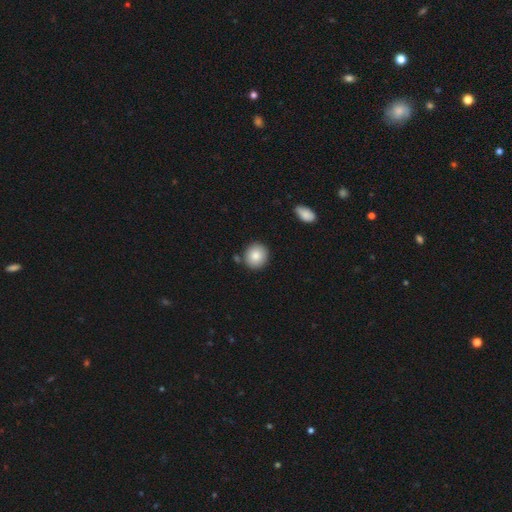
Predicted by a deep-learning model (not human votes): A smooth galaxy with no disk features (86%) that is round (84%). Merging: none (83%).